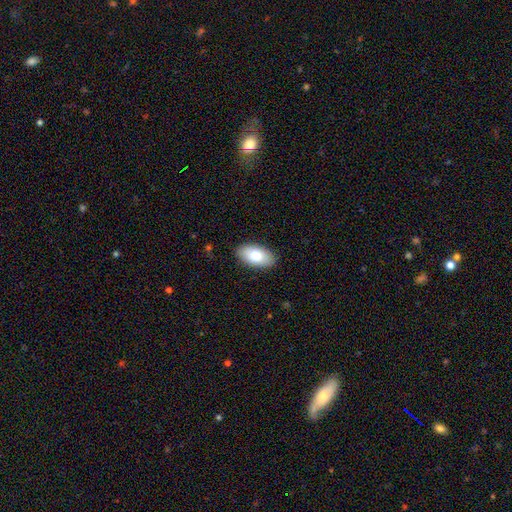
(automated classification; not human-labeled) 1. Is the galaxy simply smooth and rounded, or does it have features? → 80% smooth, 14% featured or disk, 6% star or artifact.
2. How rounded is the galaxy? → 95% in between, 3% round, 3% cigar-shaped.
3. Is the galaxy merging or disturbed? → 87% none, 10% minor disturbance, 2% major disturbance, 1% merger.